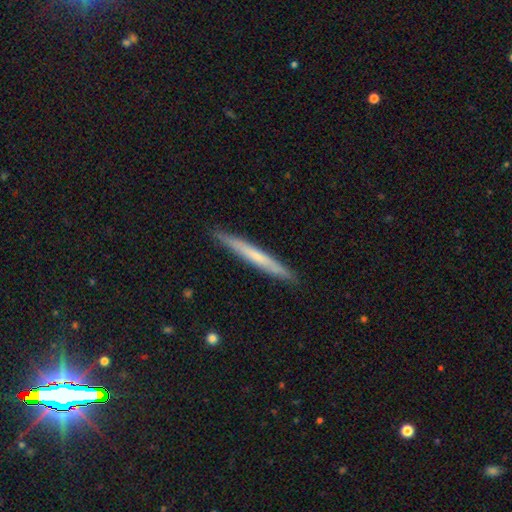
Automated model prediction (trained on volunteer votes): This appears to be a smooth galaxy with no disk features (53%) that is cigar-shaped (97%). Merging: none (91%).